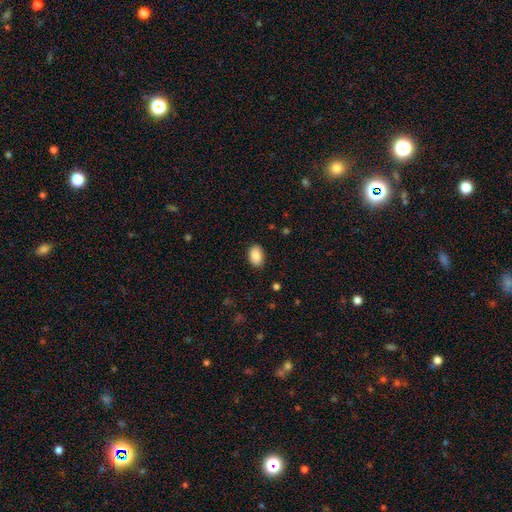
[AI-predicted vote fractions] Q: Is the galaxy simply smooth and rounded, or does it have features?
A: smooth — 89%.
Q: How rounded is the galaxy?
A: in between — 88%.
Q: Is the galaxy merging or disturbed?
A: none — 87%.